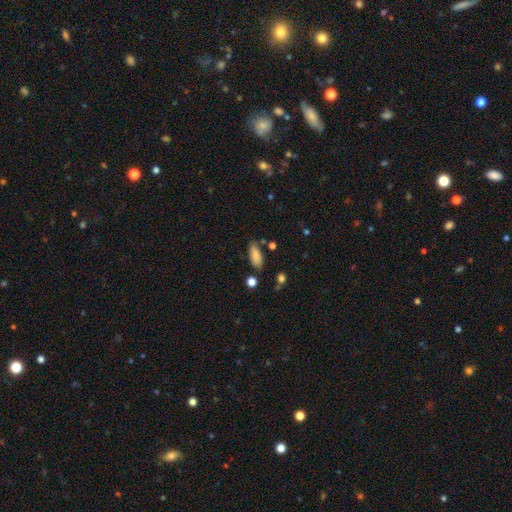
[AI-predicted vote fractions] Q: Smooth or featured?
A: smooth (86%); runner-up: star or artifact (8%)
Q: How rounded?
A: in between (82%); runner-up: cigar-shaped (16%)
Q: Merging?
A: none (75%); runner-up: minor disturbance (17%)